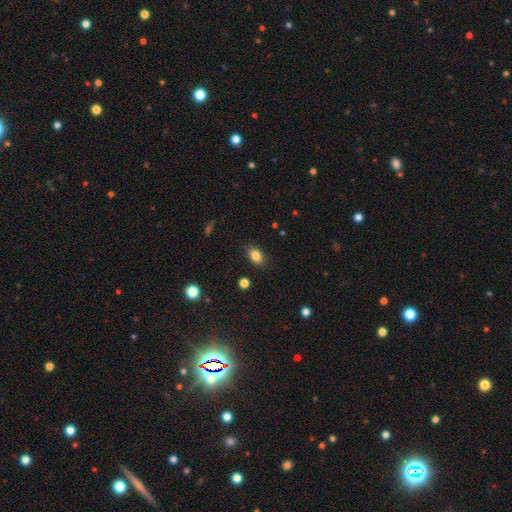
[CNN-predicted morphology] smooth-or-featured: smooth: 84% | star or artifact: 10% | featured or disk: 7%
  how-rounded: in between: 82% | round: 17% | cigar-shaped: 2%
  merging: none: 86% | minor disturbance: 11% | major disturbance: 3% | merger: 1%